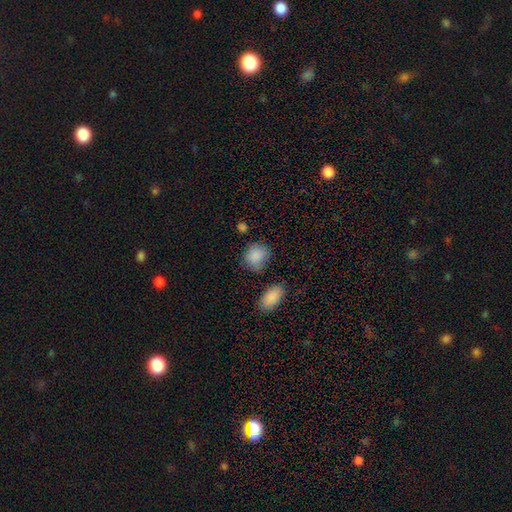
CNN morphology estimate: Smooth or featured? smooth (87%)
How rounded? round (66%)
Merging? none (70%)